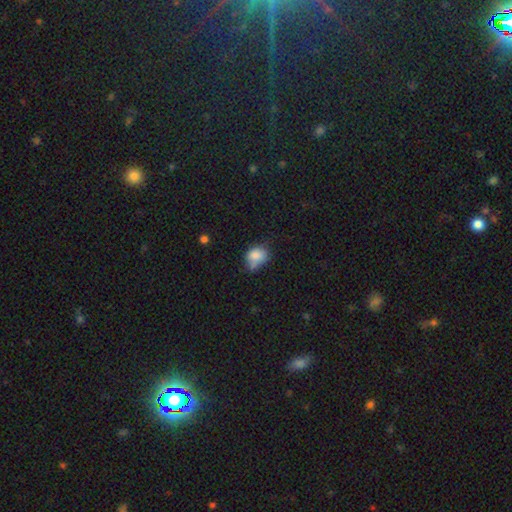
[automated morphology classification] This is likely a smooth galaxy (80%). How rounded: possibly in between (57%). Merging: marginally minor disturbance (37%, tied with none).